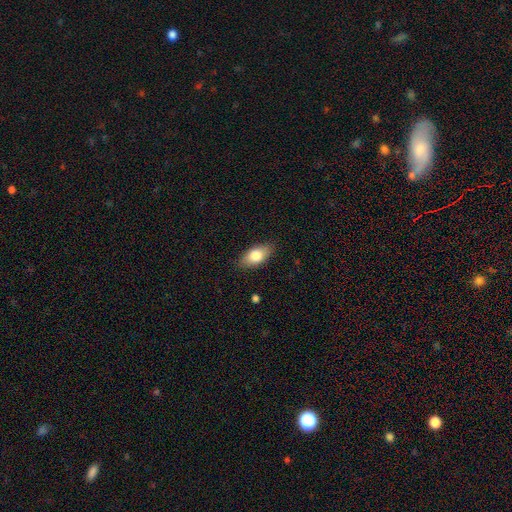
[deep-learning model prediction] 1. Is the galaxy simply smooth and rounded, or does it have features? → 79% smooth, 15% featured or disk, 6% star or artifact.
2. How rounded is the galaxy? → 89% in between, 7% cigar-shaped, 4% round.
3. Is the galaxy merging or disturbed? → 86% none, 11% minor disturbance, 2% major disturbance, 1% merger.